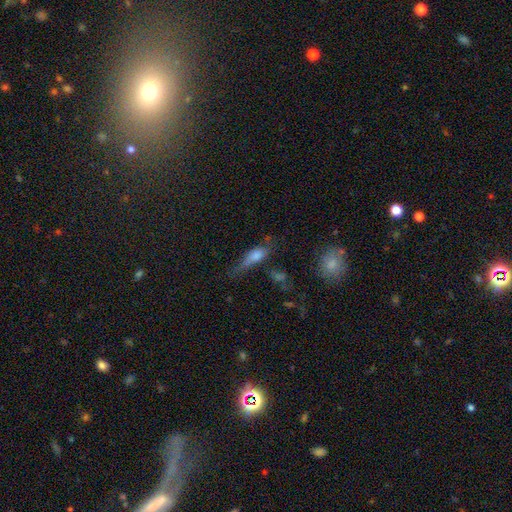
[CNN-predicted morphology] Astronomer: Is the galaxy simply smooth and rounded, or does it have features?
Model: smooth — 57%.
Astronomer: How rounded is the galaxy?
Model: cigar-shaped — 49% (runner-up: in between, 45%).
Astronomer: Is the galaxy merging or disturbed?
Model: none — 41% (runner-up: minor disturbance, 29%).